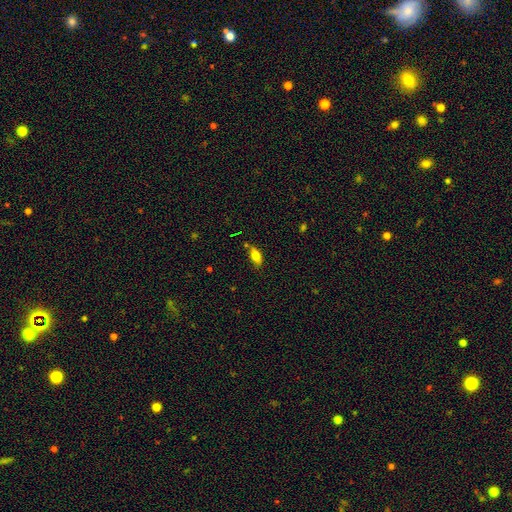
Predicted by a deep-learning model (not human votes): Smooth or featured: smooth — 76% (featured or disk — 15%)
How rounded: in between — 82% (cigar-shaped — 15%)
Merging: none — 70% (minor disturbance — 20%)